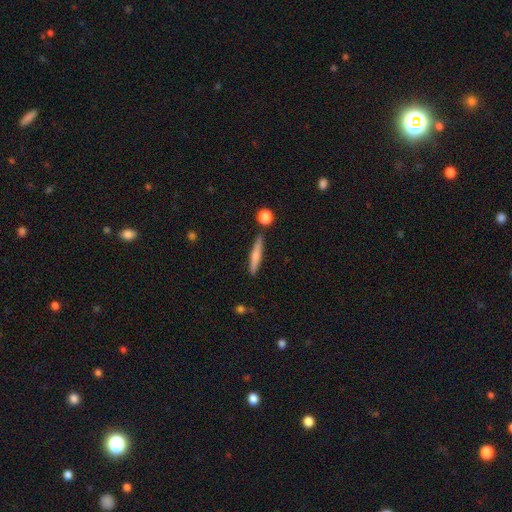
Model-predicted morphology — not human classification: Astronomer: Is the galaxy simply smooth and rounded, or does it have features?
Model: smooth — 60%.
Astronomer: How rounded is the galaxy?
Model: cigar-shaped — 91%.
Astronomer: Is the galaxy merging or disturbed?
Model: none — 85%.